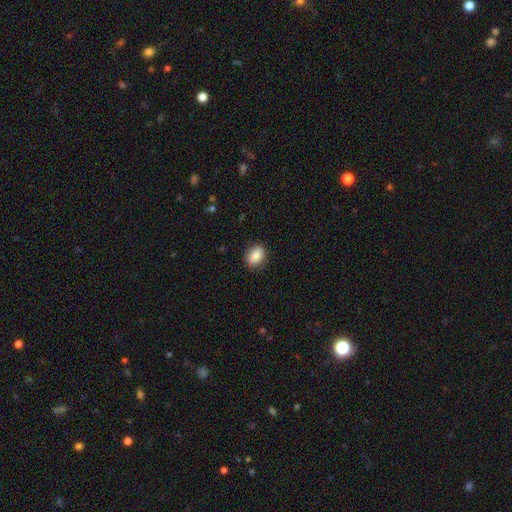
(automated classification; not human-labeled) Morphology: type=smooth (85%); roundness=in between (70%); merging=none (86%).